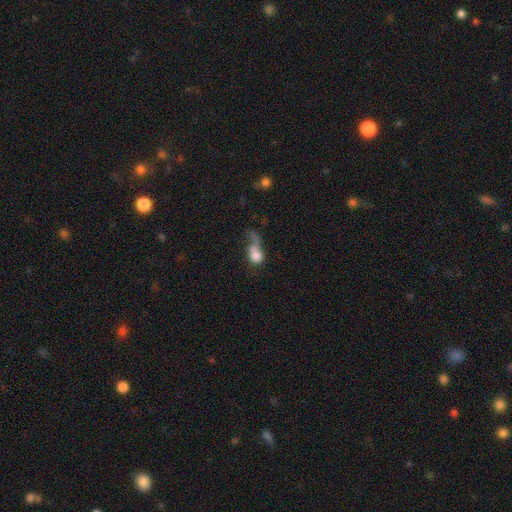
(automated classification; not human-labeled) smooth 69%, featured or disk 20%, star or artifact 11%. Down the decision tree: how rounded — round (48%, tied with in between); merging — major disturbance (42%).